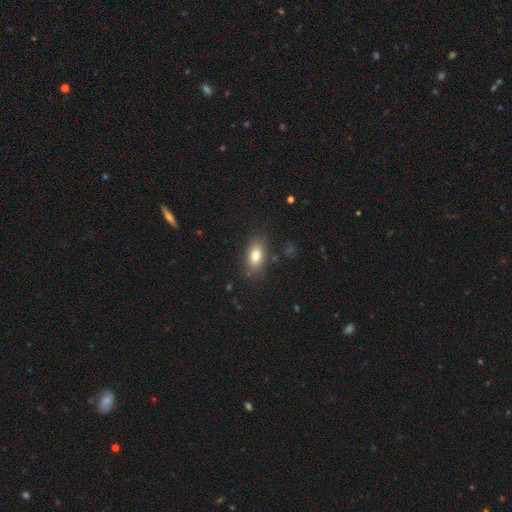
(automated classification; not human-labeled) This is likely a smooth galaxy (80%). How rounded: clearly in between (87%). Merging: clearly none (82%).